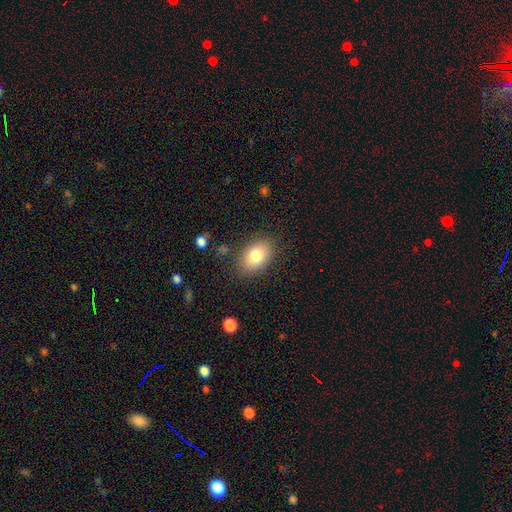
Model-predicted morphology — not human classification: Smooth or featured?
  - smooth: 80% *
  - featured or disk: 12%
  - star or artifact: 8%
How rounded?
  - in between: 88% *
  - round: 11%
  - cigar-shaped: 1%
Merging?
  - none: 83% *
  - minor disturbance: 12%
  - major disturbance: 4%
  - merger: 2%